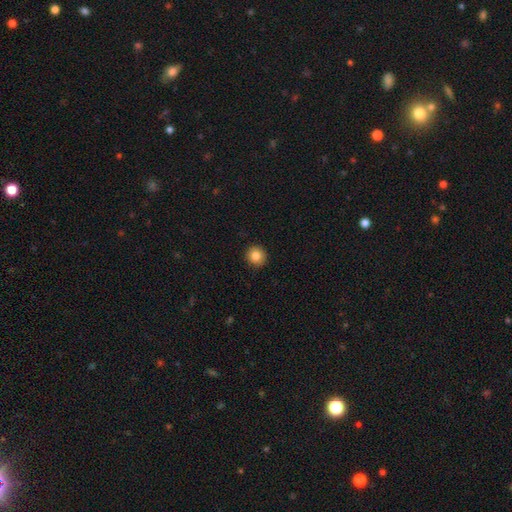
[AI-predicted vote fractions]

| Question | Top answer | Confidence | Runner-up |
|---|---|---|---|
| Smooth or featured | smooth | 84% | star or artifact (10%) |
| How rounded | round | 93% | in between (6%) |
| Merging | none | 92% | minor disturbance (5%) |